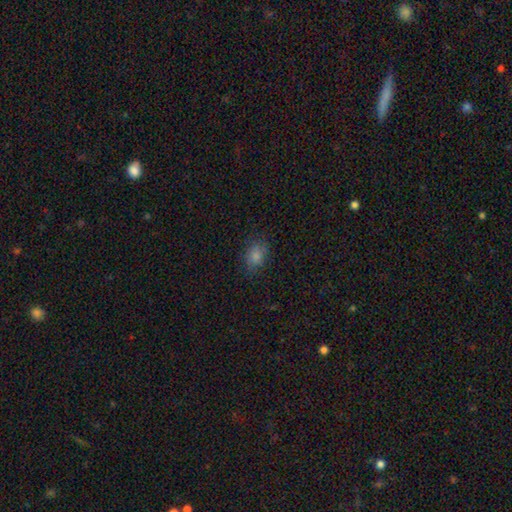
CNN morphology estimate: Q: Smooth or featured?
A: smooth (73%); runner-up: star or artifact (17%)
Q: How rounded?
A: in between (65%); runner-up: round (33%)
Q: Merging?
A: none (80%); runner-up: minor disturbance (15%)